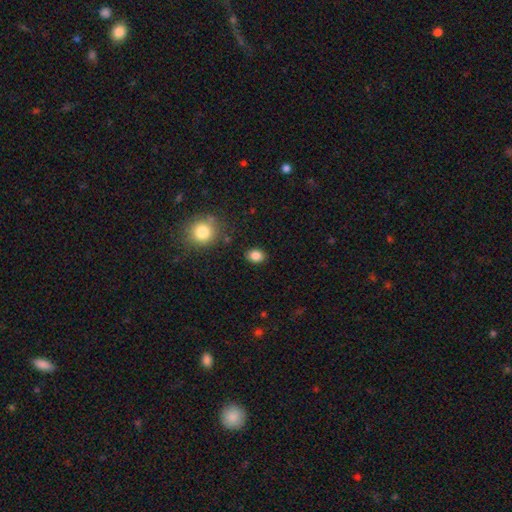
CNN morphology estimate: Smooth or featured? smooth (85%)
How rounded? in between (57%)
Merging? none (87%)